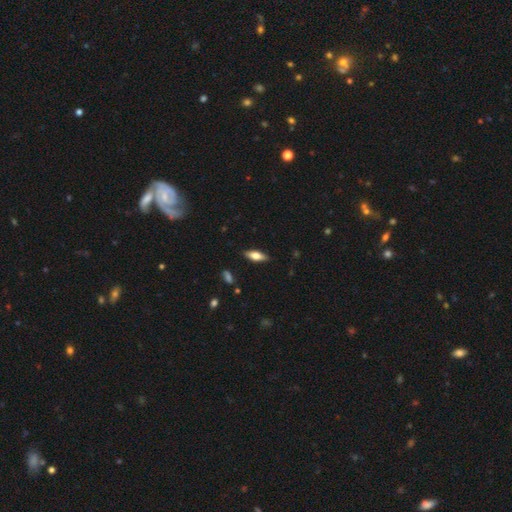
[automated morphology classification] smooth 60%, featured or disk 34%, star or artifact 7%. Down the decision tree: how rounded — in between (61%); merging — none (87%).